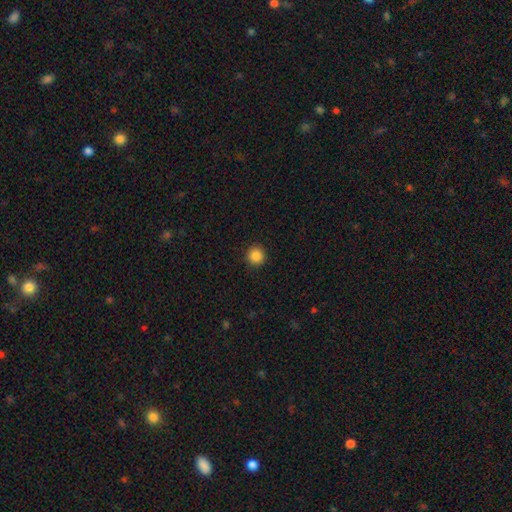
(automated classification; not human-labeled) Smooth or featured: smooth — 87% (star or artifact — 10%)
How rounded: round — 95% (in between — 4%)
Merging: none — 92% (minor disturbance — 5%)